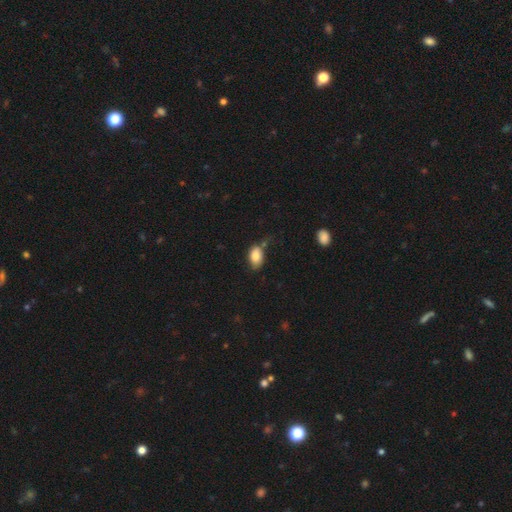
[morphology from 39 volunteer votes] Overall: smooth (85%). How rounded: in between (91%). Merging: none (69%).